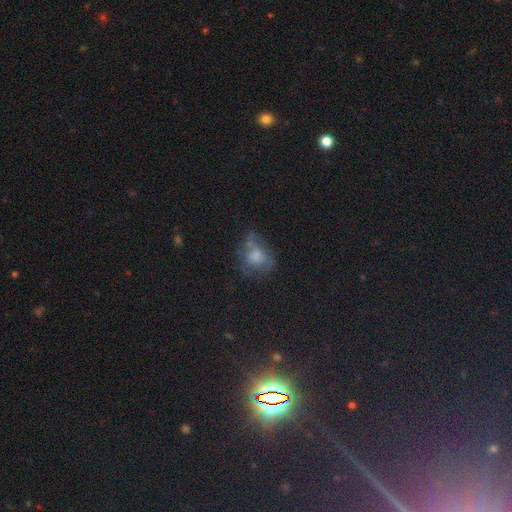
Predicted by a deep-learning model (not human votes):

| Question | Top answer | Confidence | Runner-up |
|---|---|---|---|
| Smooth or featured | smooth | 53% | featured or disk (30%) |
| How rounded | in between | 53% | round (45%) |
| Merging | none | 42% | minor disturbance (27%) |